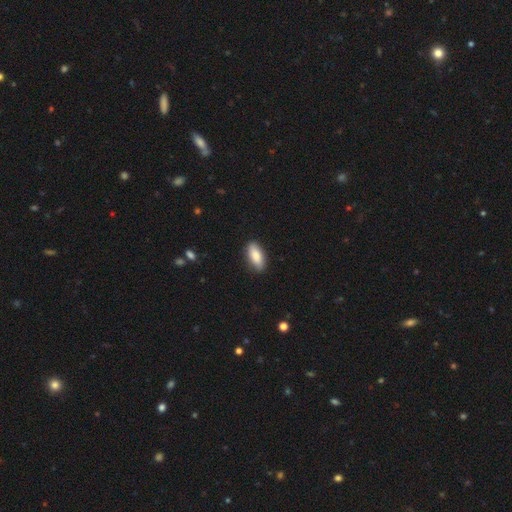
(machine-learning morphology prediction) Smooth or featured? smooth (83%)
How rounded? in between (84%)
Merging? none (87%)